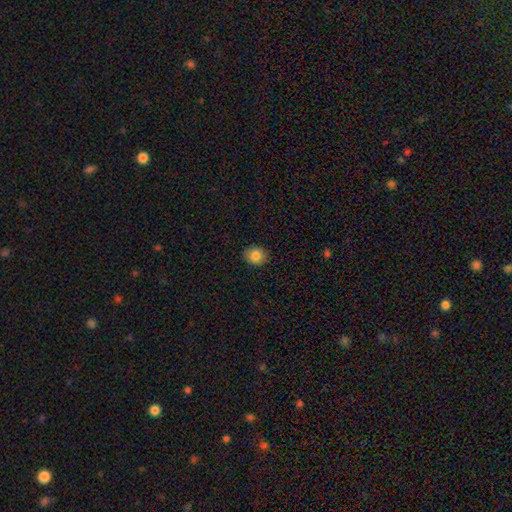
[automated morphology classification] The model was most divided on "how rounded": round: 77%, in between: 22%, cigar-shaped: 1%. More confident: merging — none (90%); smooth or featured — smooth (84%).